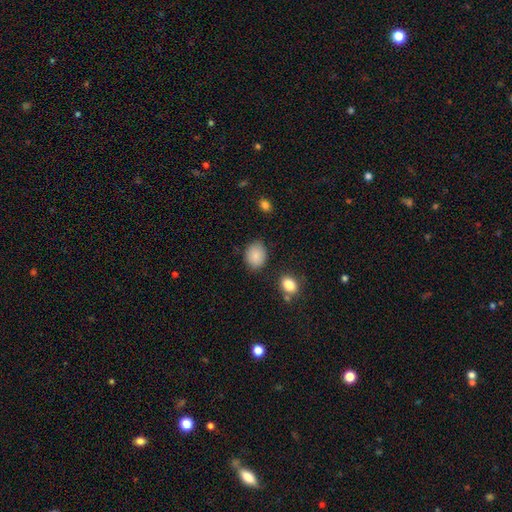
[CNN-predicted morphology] A smooth galaxy with no disk features (87%) that is in between round and cigar-shaped (57%).

Vote fractions:
- Smooth or featured? smooth: 87% / star or artifact: 8% / featured or disk: 5%
- How rounded? in between: 57% / round: 42% / cigar-shaped: 1%
- Merging? none: 79% / minor disturbance: 16% / major disturbance: 3% / merger: 2%